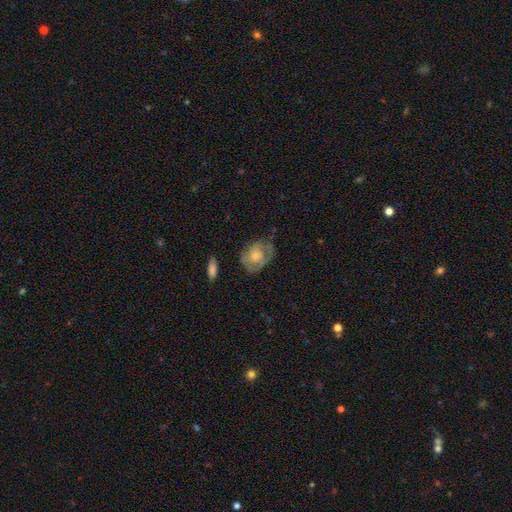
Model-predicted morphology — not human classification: featured or disk 47%, smooth 46%, star or artifact 7%. Down the decision tree: merging — none (52%).